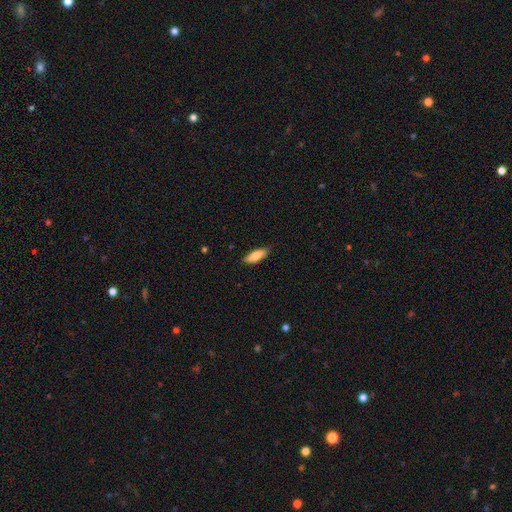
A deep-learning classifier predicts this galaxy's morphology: Smooth or featured?
  - smooth: 80% *
  - featured or disk: 14%
  - star or artifact: 6%
How rounded?
  - in between: 65% *
  - cigar-shaped: 33%
  - round: 2%
Merging?
  - none: 80% *
  - minor disturbance: 16%
  - major disturbance: 2%
  - merger: 1%